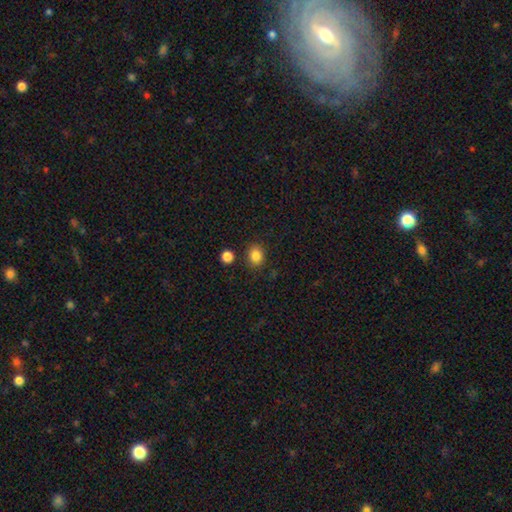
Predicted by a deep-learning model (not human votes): A smooth galaxy with no disk features (85%) that is round (59%).

Vote fractions:
- Smooth or featured? smooth: 85% / star or artifact: 10% / featured or disk: 5%
- How rounded? round: 59% / in between: 40% / cigar-shaped: 1%
- Merging? none: 84% / minor disturbance: 9% / merger: 4% / major disturbance: 3%